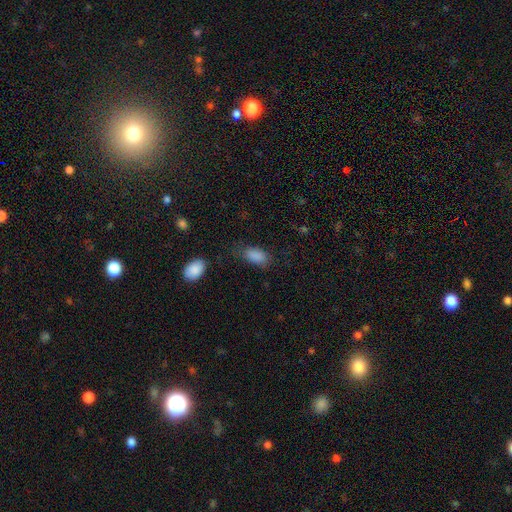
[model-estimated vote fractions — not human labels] This is clearly a smooth galaxy (87%). How rounded: clearly in between (92%). Merging: likely none (69%).